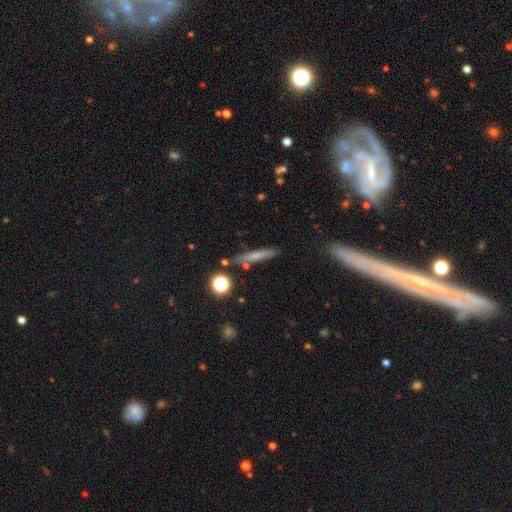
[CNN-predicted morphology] A smooth galaxy with no disk features (60%) that is cigar-shaped (88%). Merging: none (79%).